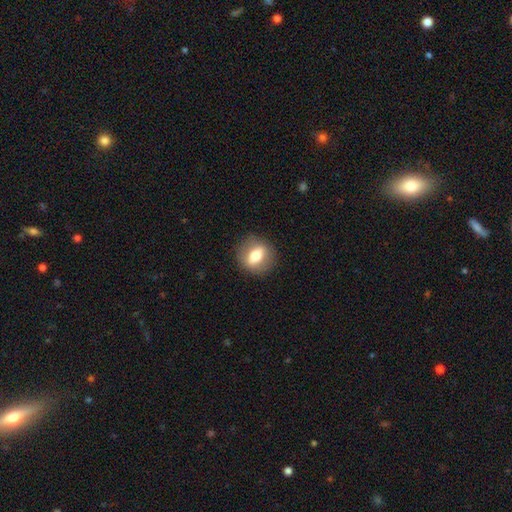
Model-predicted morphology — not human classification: This appears to be a smooth galaxy with no disk features (60%) that is round (57%). Merging: none (87%).